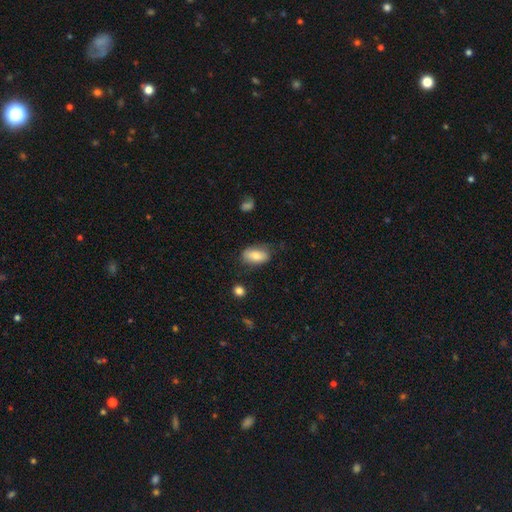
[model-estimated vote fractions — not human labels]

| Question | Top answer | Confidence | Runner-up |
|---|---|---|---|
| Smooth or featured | smooth | 76% | featured or disk (17%) |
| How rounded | in between | 90% | cigar-shaped (5%) |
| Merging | none | 69% | minor disturbance (22%) |